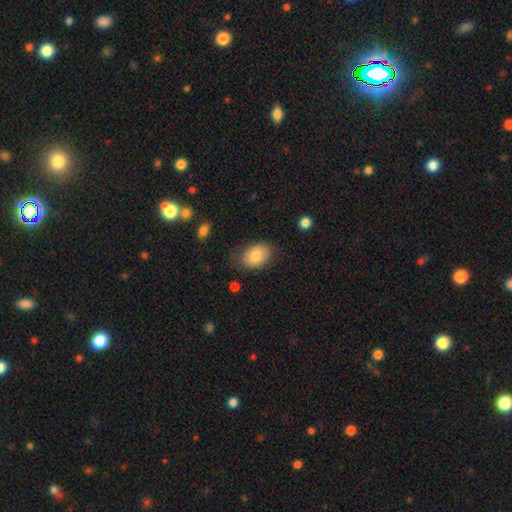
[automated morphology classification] Overall: smooth (77%). How rounded: in between (80%). Merging: none (72%).